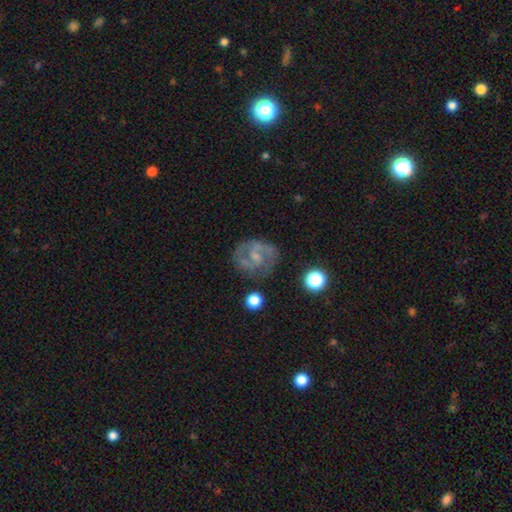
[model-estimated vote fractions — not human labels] featured or disk 75%, smooth 17%, star or artifact 8%. Down the decision tree: edge-on disk — no (98%); bar — weak (48%); spiral arms — yes (87%); spiral arm count — 2 (75%); spiral winding — medium (51%); bulge size — small (62%); merging — none (71%).